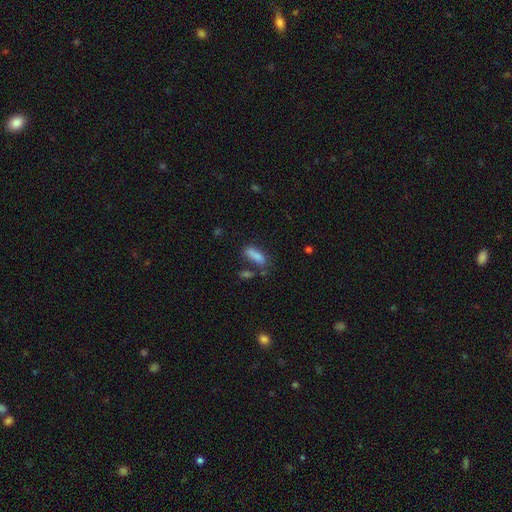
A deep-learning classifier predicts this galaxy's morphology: A smooth galaxy with no disk features (83%) that is in between round and cigar-shaped (58%).

Vote fractions:
- Smooth or featured? smooth: 83% / star or artifact: 9% / featured or disk: 8%
- How rounded? in between: 58% / cigar-shaped: 39% / round: 3%
- Merging? none: 56% / minor disturbance: 21% / merger: 15% / major disturbance: 9%